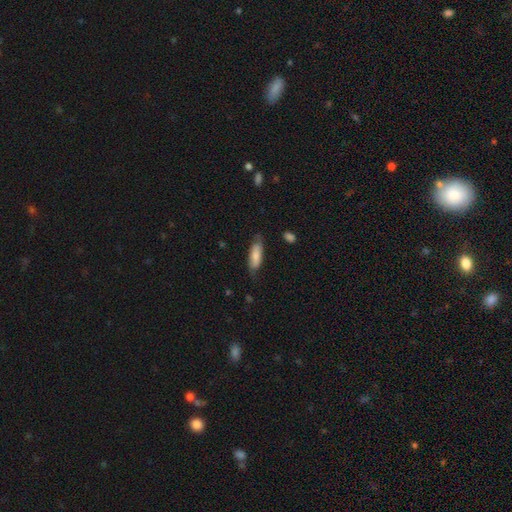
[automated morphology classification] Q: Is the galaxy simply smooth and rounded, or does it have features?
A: smooth — 74%.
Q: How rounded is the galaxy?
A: in between — 57%.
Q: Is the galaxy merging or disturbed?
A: none — 72%.